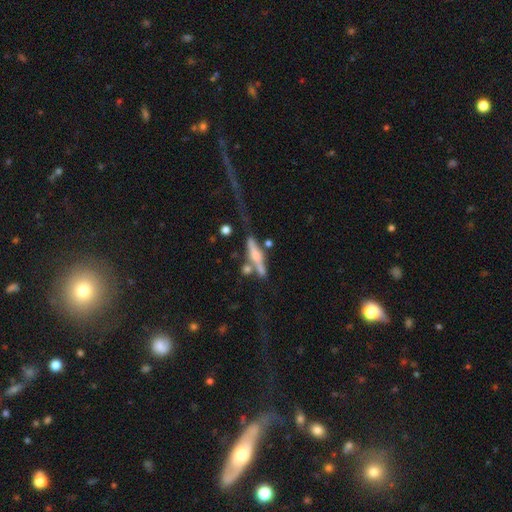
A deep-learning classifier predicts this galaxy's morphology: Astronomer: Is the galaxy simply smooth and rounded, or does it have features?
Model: featured or disk — 60%.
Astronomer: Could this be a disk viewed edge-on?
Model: yes — 88%.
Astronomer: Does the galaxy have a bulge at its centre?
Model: rounded — 71%.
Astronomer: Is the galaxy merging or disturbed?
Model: none — 41% (runner-up: merger, 24%).